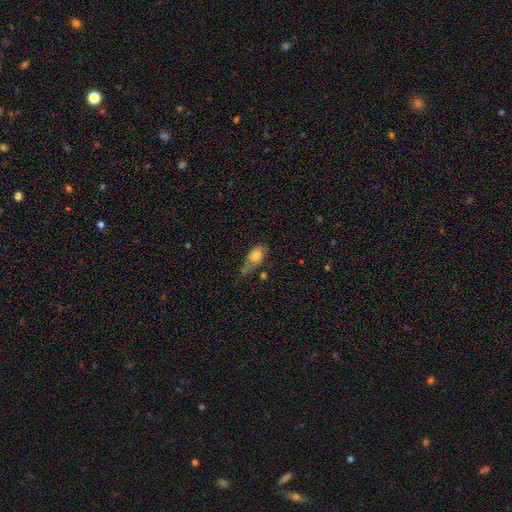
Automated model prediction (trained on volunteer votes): Smooth or featured? smooth (74%)
How rounded? in between (83%)
Merging? none (35%)